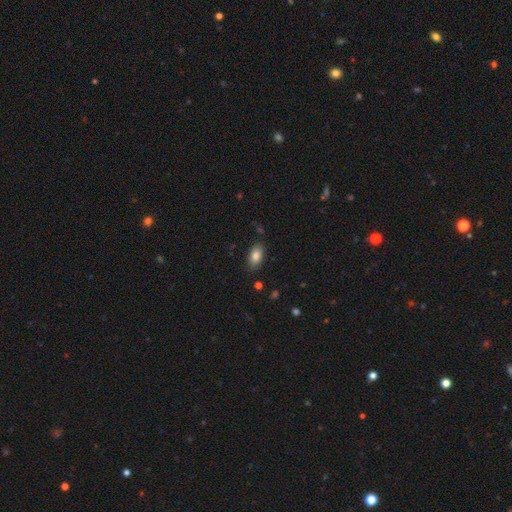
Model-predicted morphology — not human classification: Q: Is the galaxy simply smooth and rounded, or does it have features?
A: smooth — 84%.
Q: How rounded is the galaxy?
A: in between — 91%.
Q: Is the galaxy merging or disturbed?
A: none — 83%.